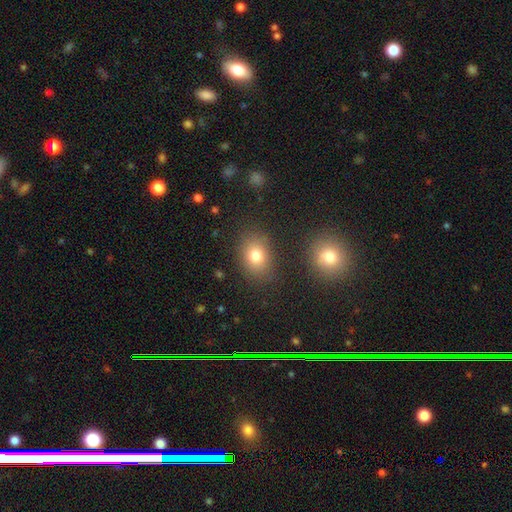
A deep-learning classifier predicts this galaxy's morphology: smooth 77%, star or artifact 13%, featured or disk 10%. Down the decision tree: how rounded — in between (57%); merging — none (82%).